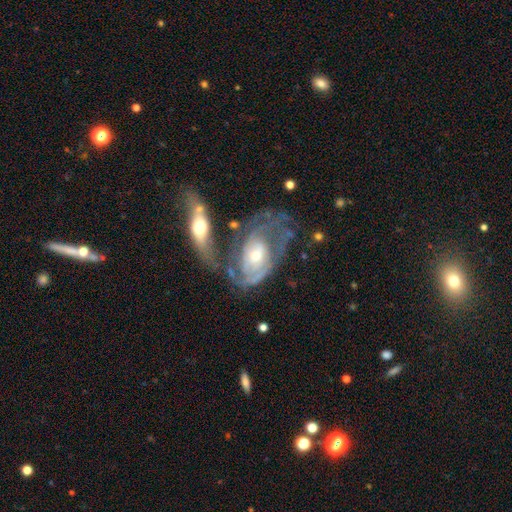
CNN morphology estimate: A featured or disk galaxy (80%) with no bar (71%), tight (49%) spiral arms (85%) and a small central bulge (49%). Merging: merger (35%).